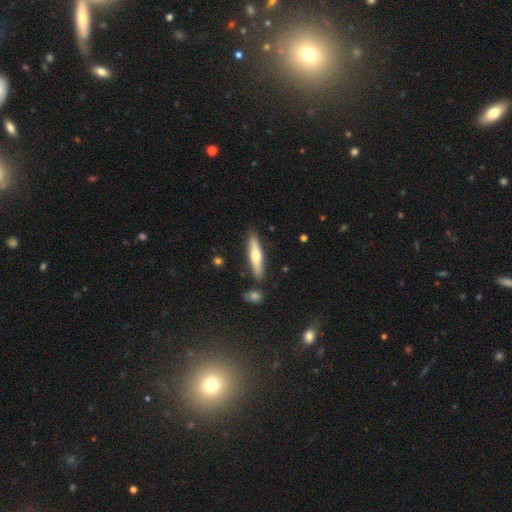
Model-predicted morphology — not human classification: The model was most divided on "smooth or featured": smooth: 51%, featured or disk: 44%, star or artifact: 5%. More confident: merging — none (85%); how rounded — cigar-shaped (83%).